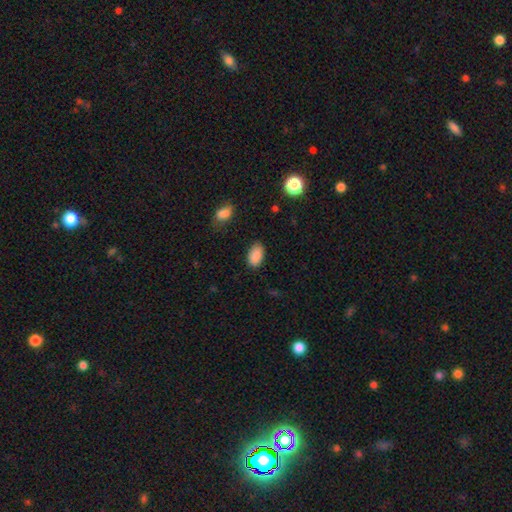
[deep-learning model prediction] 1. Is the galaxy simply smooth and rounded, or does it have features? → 88% smooth, 8% star or artifact, 4% featured or disk.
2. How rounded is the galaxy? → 92% in between, 6% round, 1% cigar-shaped.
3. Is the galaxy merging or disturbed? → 83% none, 12% minor disturbance, 3% major disturbance, 2% merger.